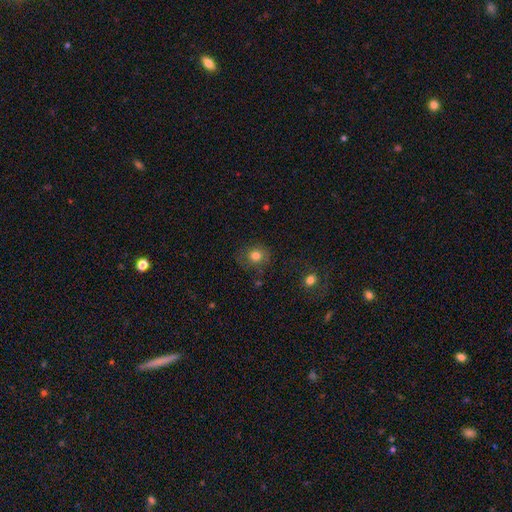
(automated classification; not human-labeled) Smooth or featured: smooth — 79% (star or artifact — 12%)
How rounded: round — 82% (in between — 17%)
Merging: none — 76% (minor disturbance — 16%)